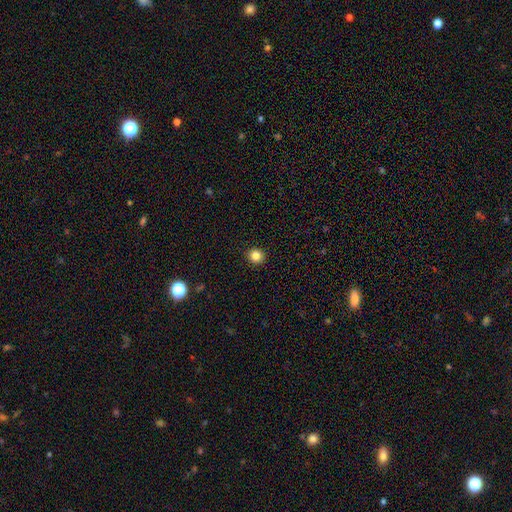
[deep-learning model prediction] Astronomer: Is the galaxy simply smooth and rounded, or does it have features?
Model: smooth — 84%.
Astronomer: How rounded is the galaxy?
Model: round — 93%.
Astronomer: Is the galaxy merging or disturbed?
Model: none — 93%.